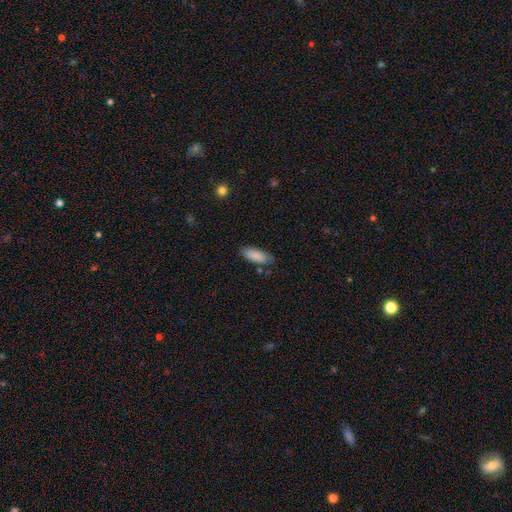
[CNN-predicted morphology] Overall: smooth (88%). How rounded: in between (75%). Merging: none (78%).